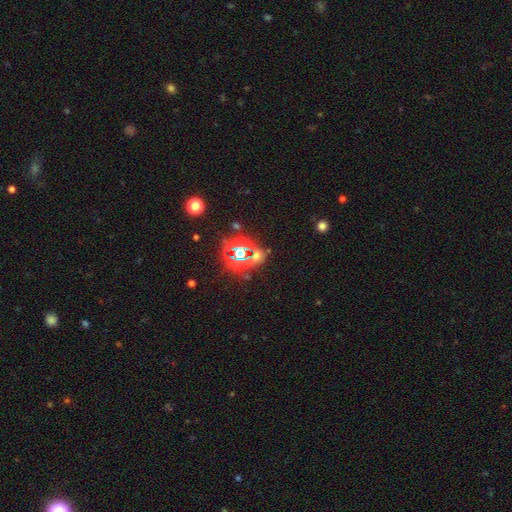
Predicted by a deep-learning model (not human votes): smooth-or-featured: star or artifact: 70% | smooth: 21% | featured or disk: 9%